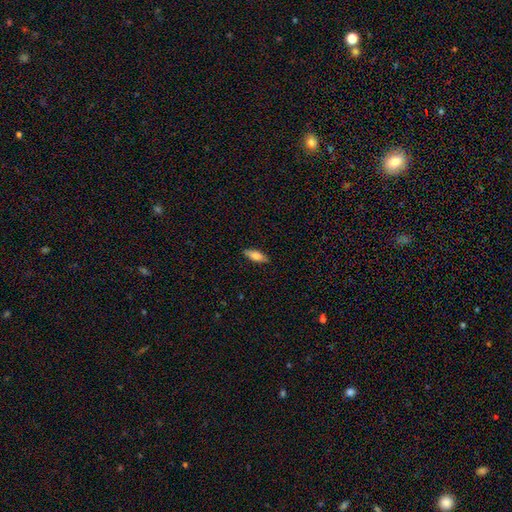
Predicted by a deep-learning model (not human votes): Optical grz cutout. It shows a smooth galaxy with no disk features (74%) that is in between round and cigar-shaped (64%). Merging: none (88%).